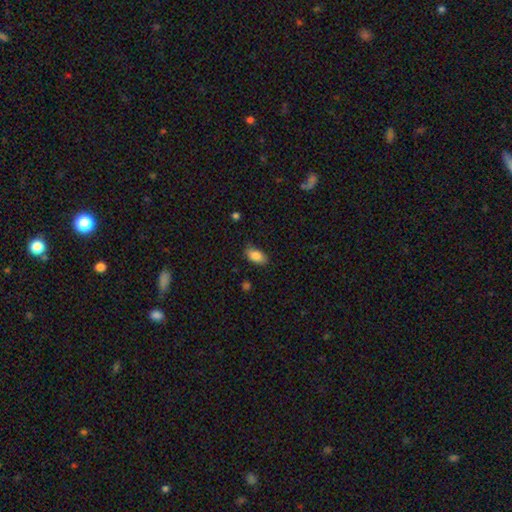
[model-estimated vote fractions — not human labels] Overall: smooth (86%). How rounded: in between (93%). Merging: none (81%).